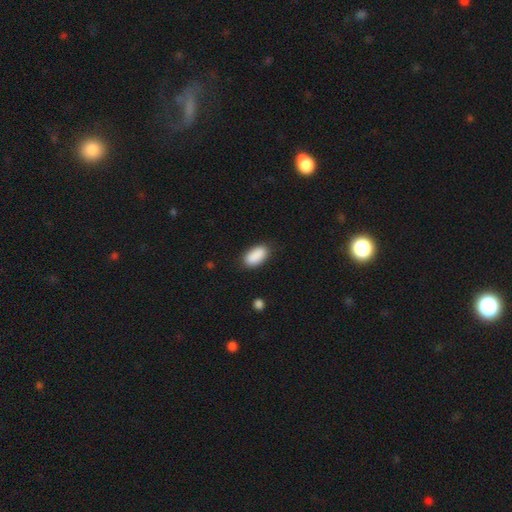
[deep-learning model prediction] Overall: smooth (90%). How rounded: in between (93%). Merging: none (86%).